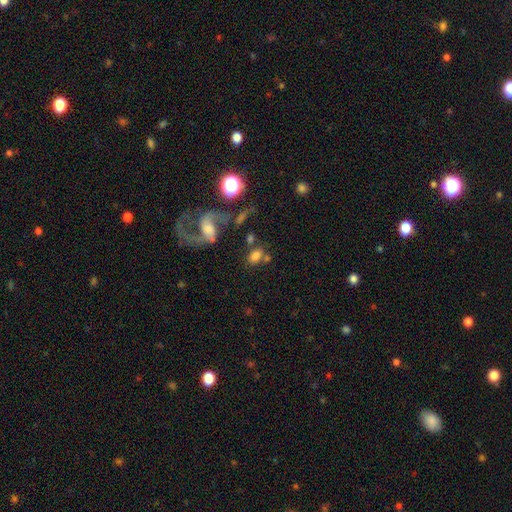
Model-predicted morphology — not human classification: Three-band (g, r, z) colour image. It shows a smooth galaxy with no disk features (70%) that is in between round and cigar-shaped (82%). Merging: none (55%).